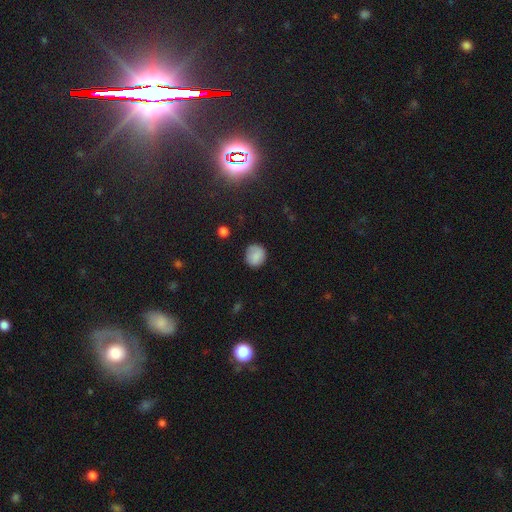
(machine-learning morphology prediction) Smooth or featured? Predicted: smooth (p=0.82). How rounded? Predicted: round (p=0.84). Merging? Predicted: none (p=0.78).